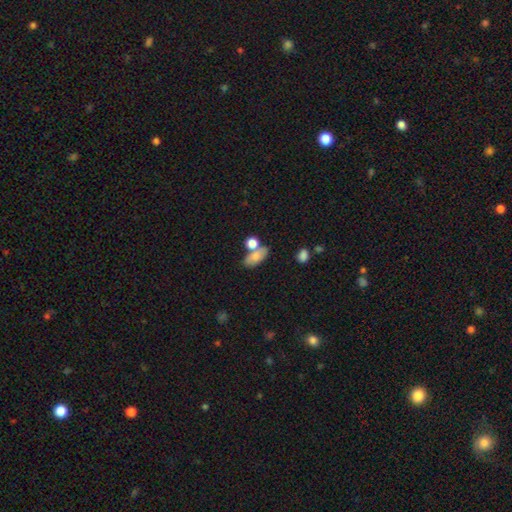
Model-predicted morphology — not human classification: This is likely a smooth galaxy (76%). How rounded: clearly in between (83%). Merging: possibly none (49%).